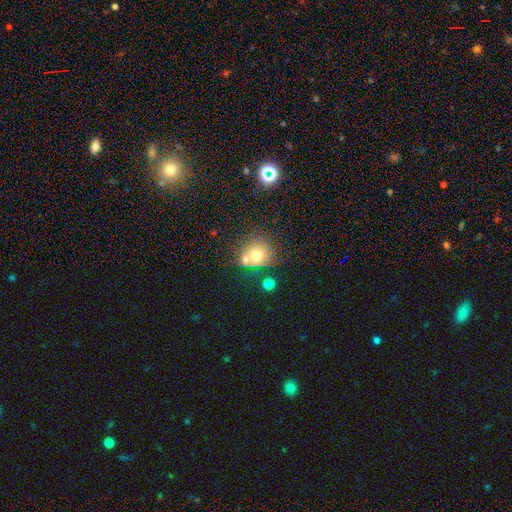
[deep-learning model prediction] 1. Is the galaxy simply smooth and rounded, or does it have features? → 68% smooth, 17% featured or disk, 15% star or artifact.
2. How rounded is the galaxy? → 82% round, 17% in between, 1% cigar-shaped.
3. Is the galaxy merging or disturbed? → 50% none, 31% merger, 13% minor disturbance, 6% major disturbance.